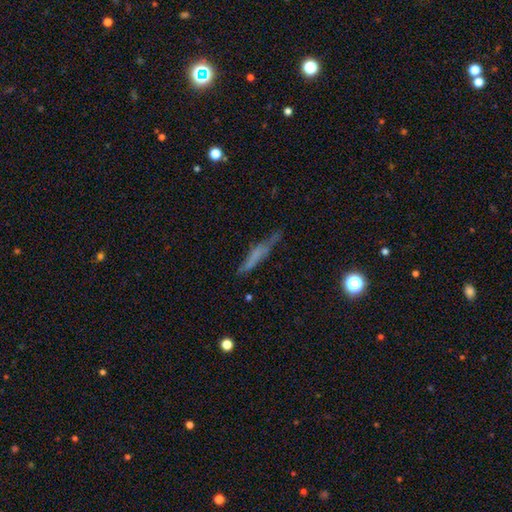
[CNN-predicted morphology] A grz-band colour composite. It shows a smooth galaxy with no disk features (47%). Merging: none (66%).